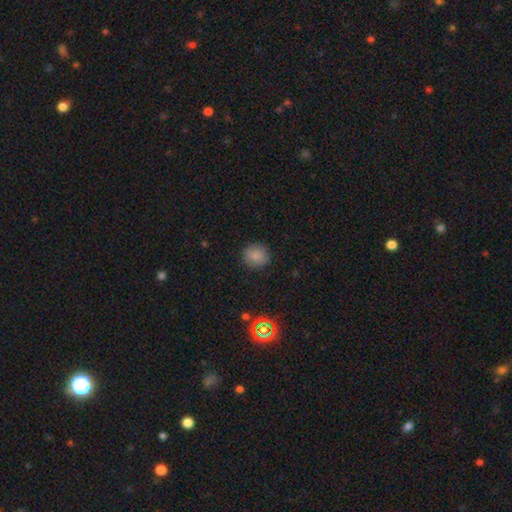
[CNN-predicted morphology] Smooth or featured: smooth — 83% (star or artifact — 12%)
How rounded: round — 83% (in between — 16%)
Merging: none — 87% (minor disturbance — 9%)